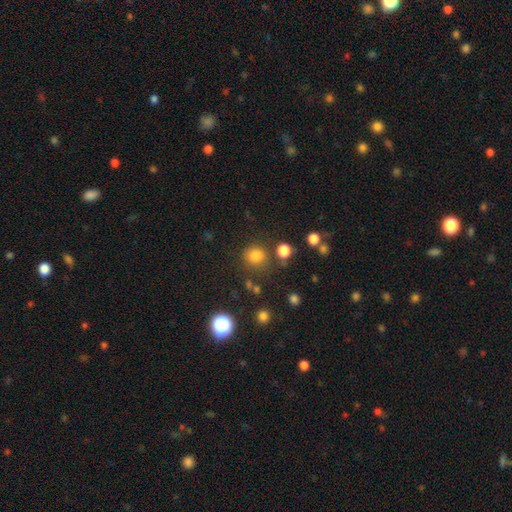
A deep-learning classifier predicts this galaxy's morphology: smooth 79%, star or artifact 16%, featured or disk 6%. Down the decision tree: how rounded — round (83%); merging — none (78%).